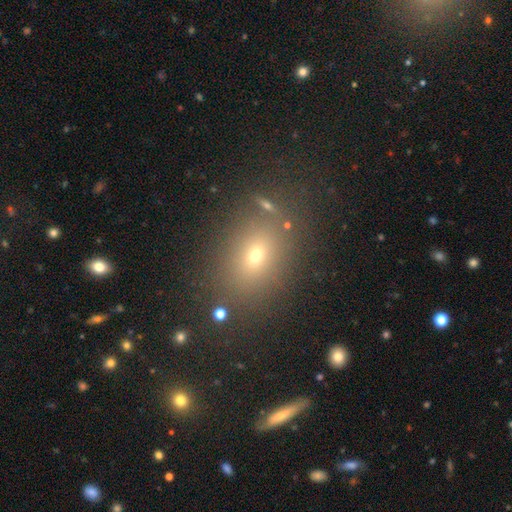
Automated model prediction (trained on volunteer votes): smooth 62%, star or artifact 24%, featured or disk 14%. Down the decision tree: how rounded — in between (63%); merging — none (80%).